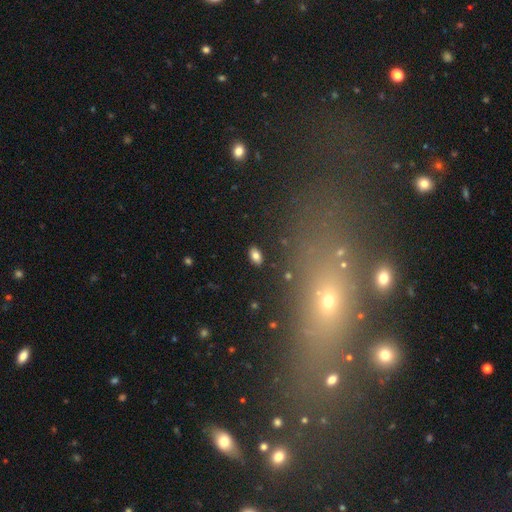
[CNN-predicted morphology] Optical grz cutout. It shows a smooth galaxy with no disk features (81%) that is in between round and cigar-shaped (91%). Merging: none (88%).